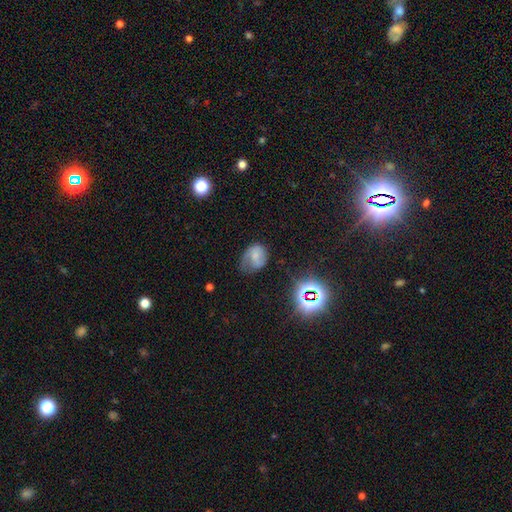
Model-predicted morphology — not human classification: This appears to be a smooth galaxy with no disk features (51%) that is in between round and cigar-shaped (55%). Merging: none (38%).